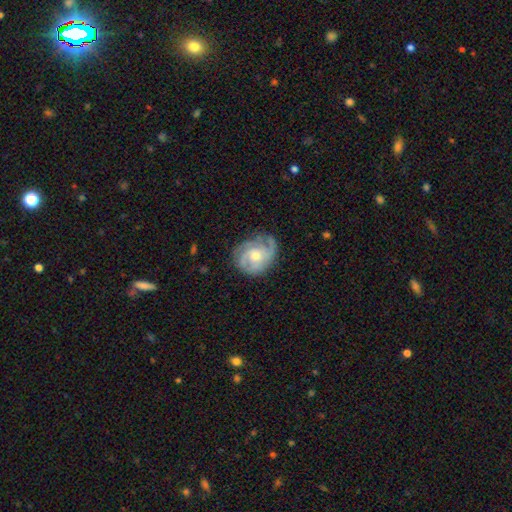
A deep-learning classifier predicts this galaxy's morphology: Smooth or featured? featured or disk (78%)
Edge-on disk? no (98%)
Bar? no (75%)
Spiral arms? yes (93%)
Spiral winding? tight (50%)
Spiral arm count? 3 (31%)
Bulge size? moderate (59%)
Merging? none (68%)